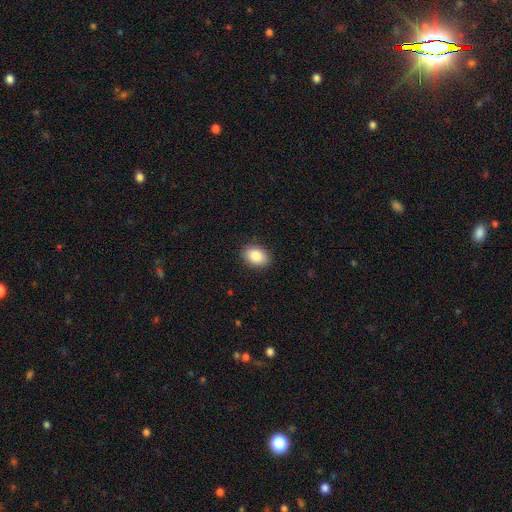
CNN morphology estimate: smooth_or_featured: smooth (p=0.87) [alt: star or artifact p=0.08]
how_rounded: in between (p=0.78) [alt: round p=0.21]
merging: none (p=0.89) [alt: minor disturbance p=0.08]